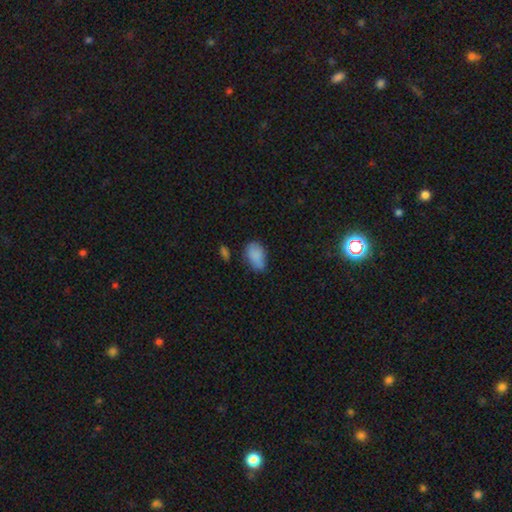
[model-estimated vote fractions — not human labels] The model was most divided on "merging": none: 48%, minor disturbance: 37%, major disturbance: 9%, merger: 6%. More confident: how rounded — in between (89%); smooth or featured — smooth (83%).